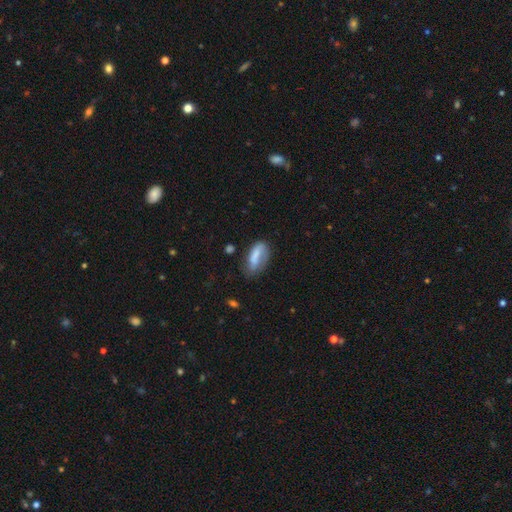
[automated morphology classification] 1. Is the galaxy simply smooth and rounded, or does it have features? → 68% smooth, 25% featured or disk, 8% star or artifact.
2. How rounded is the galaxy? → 82% in between, 15% cigar-shaped, 3% round.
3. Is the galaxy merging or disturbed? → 48% none, 31% minor disturbance, 18% major disturbance, 4% merger.